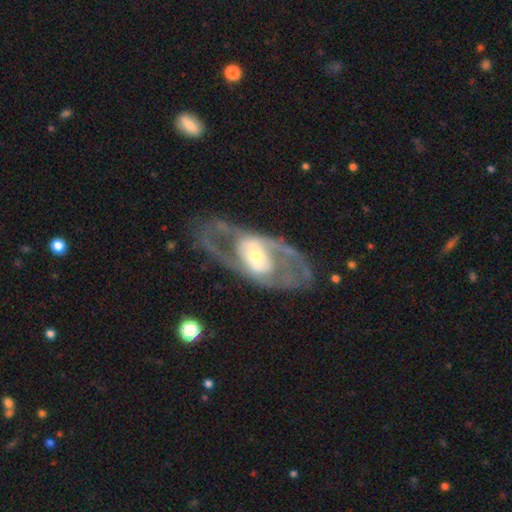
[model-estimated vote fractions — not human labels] This appears to be a featured or disk galaxy (82%) with no bar (38%), 2 (77%) medium (47%) spiral arms (72%) and a moderate central bulge (57%). Merging: none (68%).